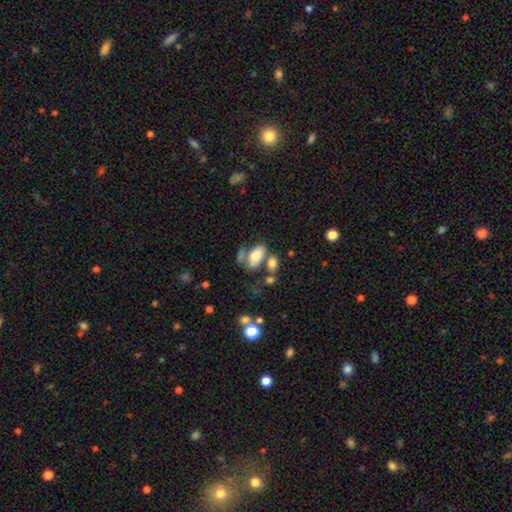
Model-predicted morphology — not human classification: smooth-or-featured: smooth: 76% | featured or disk: 15% | star or artifact: 9%
  how-rounded: in between: 92% | round: 6% | cigar-shaped: 3%
  merging: none: 41% | merger: 31% | minor disturbance: 17% | major disturbance: 11%